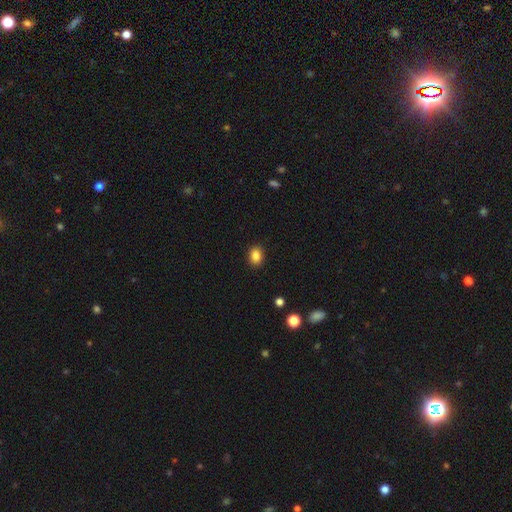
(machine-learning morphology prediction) A smooth galaxy with no disk features (86%) that is in between round and cigar-shaped (61%). Merging: none (89%).